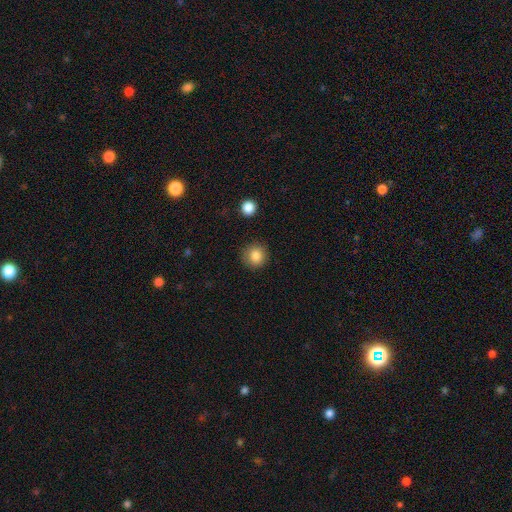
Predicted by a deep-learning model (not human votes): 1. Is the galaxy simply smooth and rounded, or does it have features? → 86% smooth, 10% star or artifact, 5% featured or disk.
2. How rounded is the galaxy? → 91% round, 8% in between, 1% cigar-shaped.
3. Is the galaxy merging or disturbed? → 88% none, 8% minor disturbance, 3% major disturbance, 1% merger.